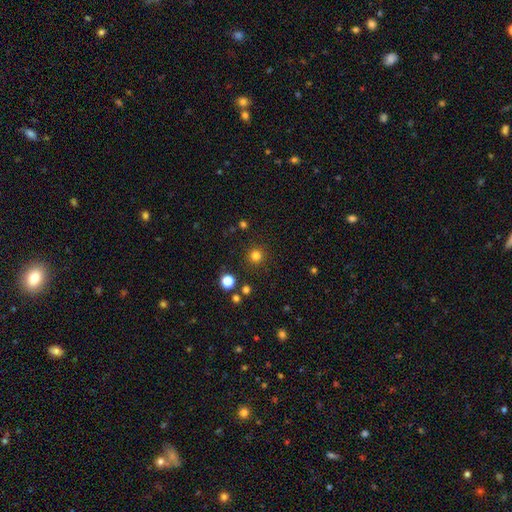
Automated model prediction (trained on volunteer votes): Smooth or featured? Predicted: smooth (p=0.79). How rounded? Predicted: round (p=0.95). Merging? Predicted: none (p=0.90).